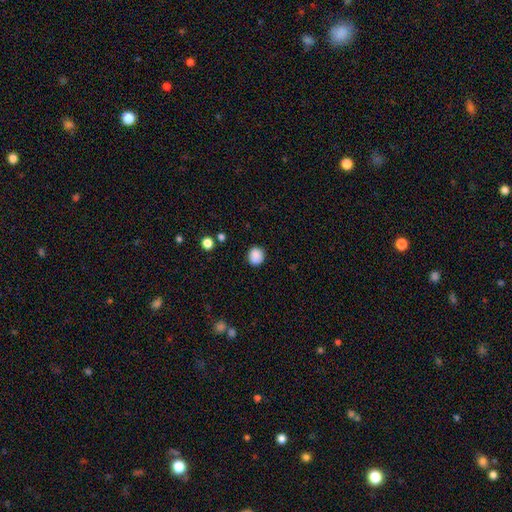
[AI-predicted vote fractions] Smooth or featured?
  - smooth: 87% *
  - star or artifact: 9%
  - featured or disk: 4%
How rounded?
  - round: 82% *
  - in between: 17%
  - cigar-shaped: 1%
Merging?
  - none: 85% *
  - minor disturbance: 10%
  - major disturbance: 3%
  - merger: 2%